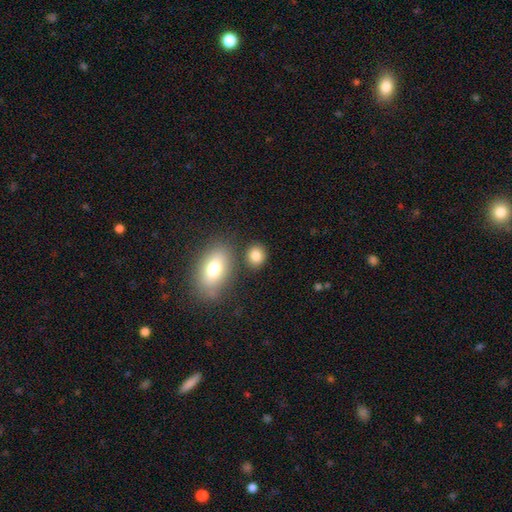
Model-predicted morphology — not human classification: A smooth galaxy with no disk features (84%) that is round (60%). Merging: none (77%).